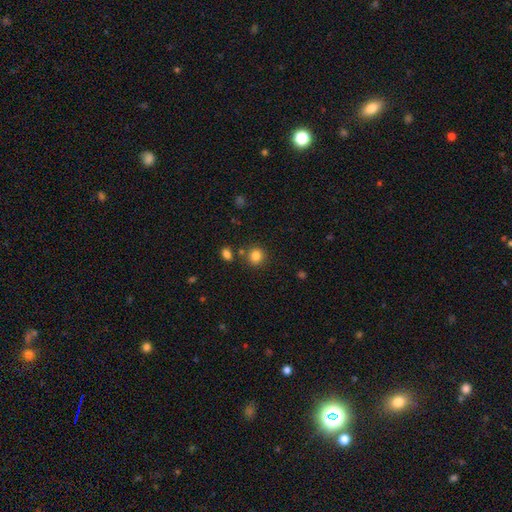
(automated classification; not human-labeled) Morphology: type=smooth (84%); roundness=round (87%); merging=none (80%).